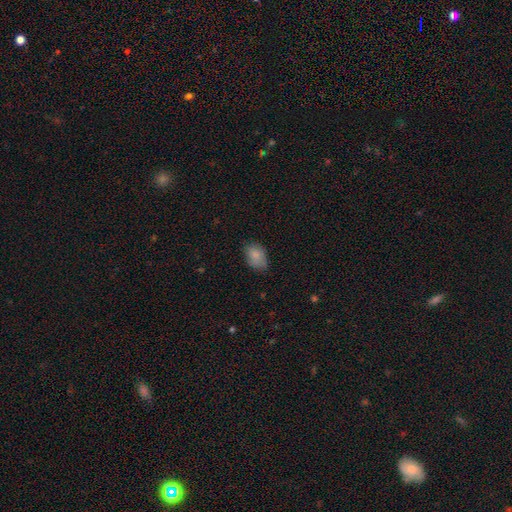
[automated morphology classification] type=smooth (84%); roundness=in between (81%); merging=none (66%).